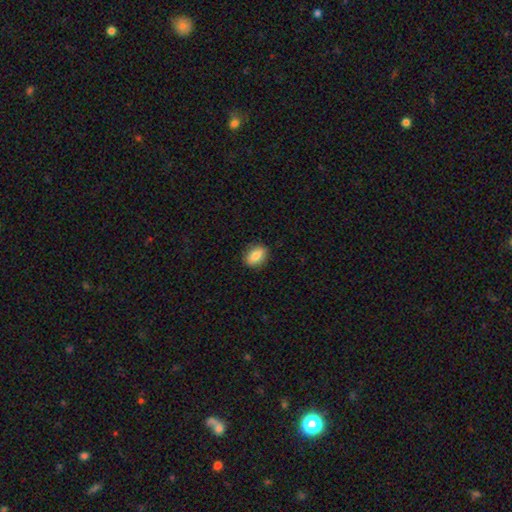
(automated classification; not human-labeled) A smooth galaxy with no disk features (81%) that is in between round and cigar-shaped (80%). Merging: none (86%).